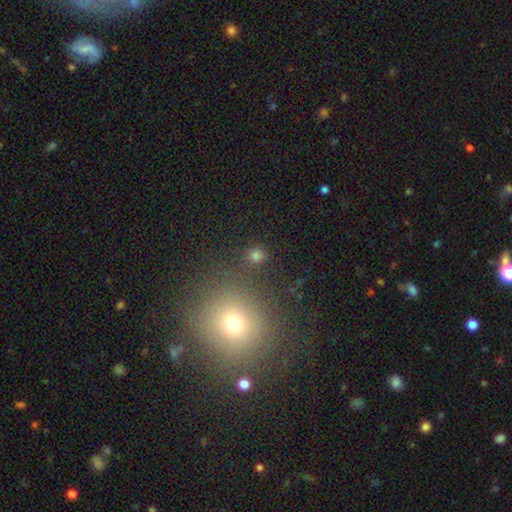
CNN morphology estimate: Smooth or featured? Predicted: smooth (p=0.75). How rounded? Predicted: round (p=0.84). Merging? Predicted: none (p=0.82).